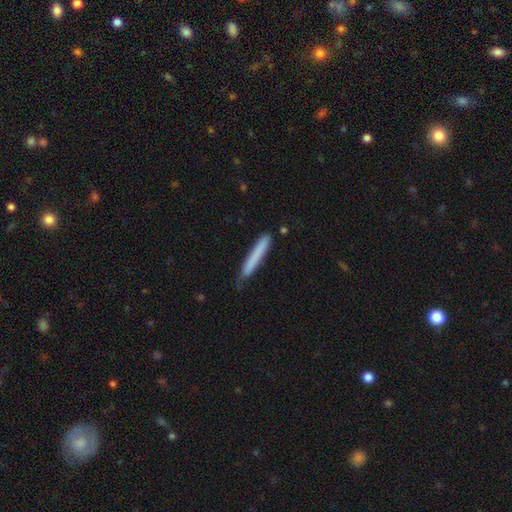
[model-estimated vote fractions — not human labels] Smooth or featured: smooth — 76% (featured or disk — 18%)
How rounded: cigar-shaped — 96% (in between — 3%)
Merging: none — 79% (minor disturbance — 16%)